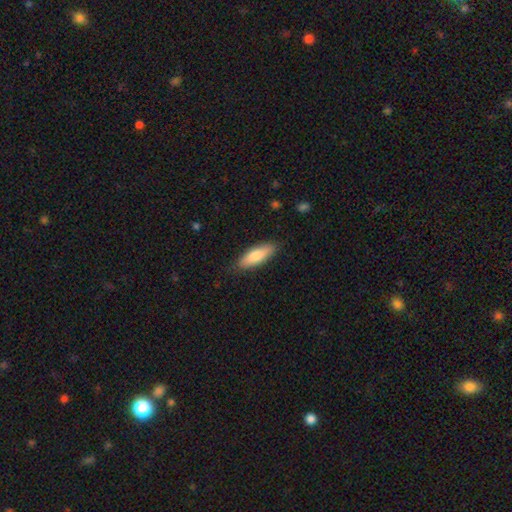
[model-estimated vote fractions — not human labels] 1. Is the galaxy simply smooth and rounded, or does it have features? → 79% smooth, 16% featured or disk, 5% star or artifact.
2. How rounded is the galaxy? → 60% in between, 38% cigar-shaped, 2% round.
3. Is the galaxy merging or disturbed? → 84% none, 13% minor disturbance, 2% major disturbance, 1% merger.